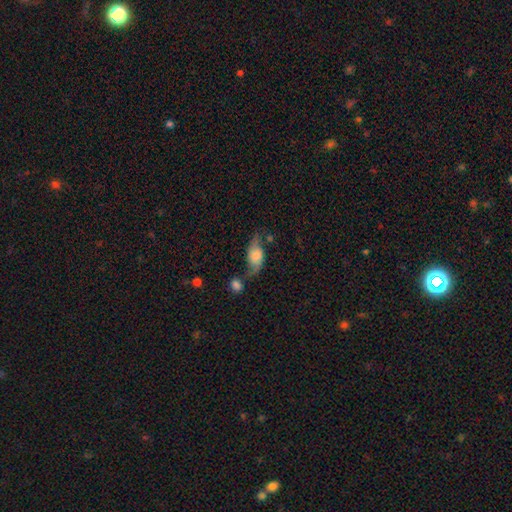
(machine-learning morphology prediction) smooth-or-featured: featured or disk: 49% | smooth: 42% | star or artifact: 9%
  merging: none: 43% | minor disturbance: 26% | major disturbance: 16% | merger: 15%